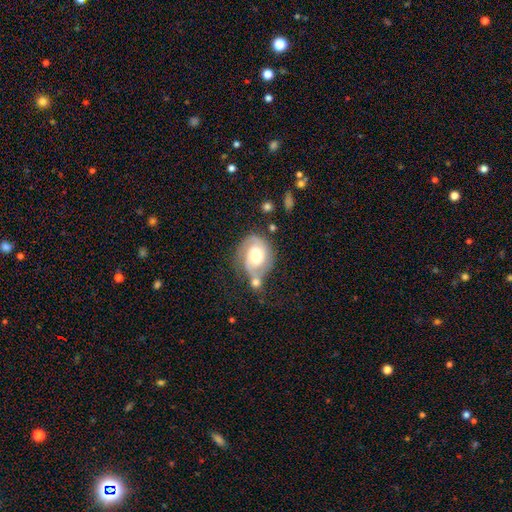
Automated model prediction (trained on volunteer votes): Smooth or featured: featured or disk — 74% (smooth — 19%)
Edge-on disk: no — 97% (yes — 3%)
Bar: no — 66% (weak — 27%)
Spiral arms: yes — 91% (no — 9%)
Spiral winding: tight — 49% (medium — 39%)
Spiral arm count: 2 — 73% (1 — 13%)
Bulge size: moderate — 50% (large — 30%)
Merging: none — 42% (merger — 22%)